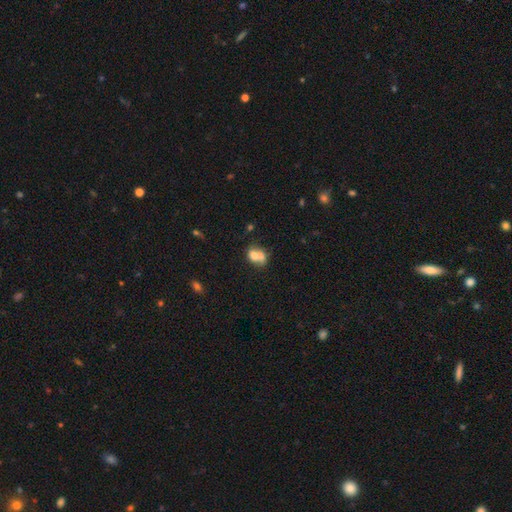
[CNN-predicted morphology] Overall: smooth (68%). How rounded: in between (52%; round 47%). Merging: merger (64%).